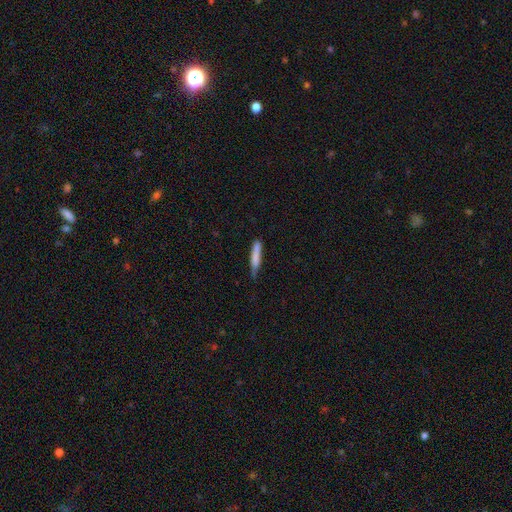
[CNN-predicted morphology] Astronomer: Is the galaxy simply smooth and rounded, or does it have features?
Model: smooth — 78%.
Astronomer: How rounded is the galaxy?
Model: cigar-shaped — 91%.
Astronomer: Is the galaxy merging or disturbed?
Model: none — 63%.